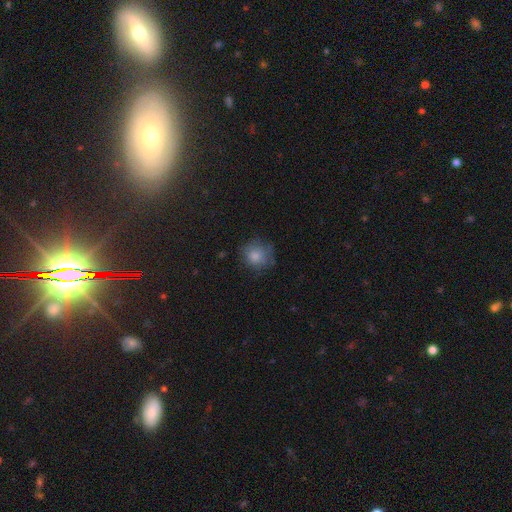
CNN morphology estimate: This is likely a smooth galaxy (80%). How rounded: clearly round (86%). Merging: likely none (69%).